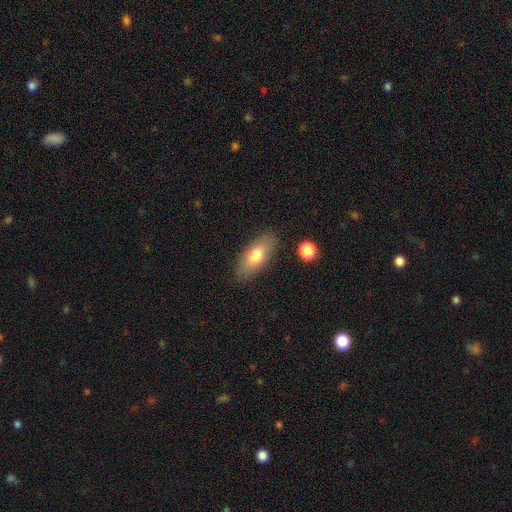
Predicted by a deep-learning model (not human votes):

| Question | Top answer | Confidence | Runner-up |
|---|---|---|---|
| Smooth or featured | smooth | 73% | featured or disk (20%) |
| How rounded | in between | 76% | cigar-shaped (20%) |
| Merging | none | 84% | minor disturbance (11%) |